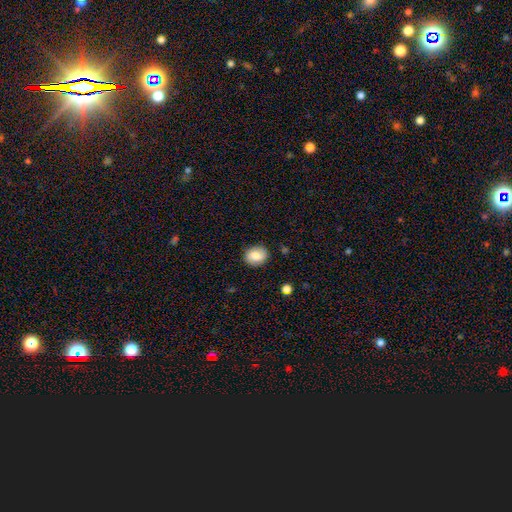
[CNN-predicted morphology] This is clearly a smooth galaxy (84%). How rounded: possibly round (52%). Merging: clearly none (86%).